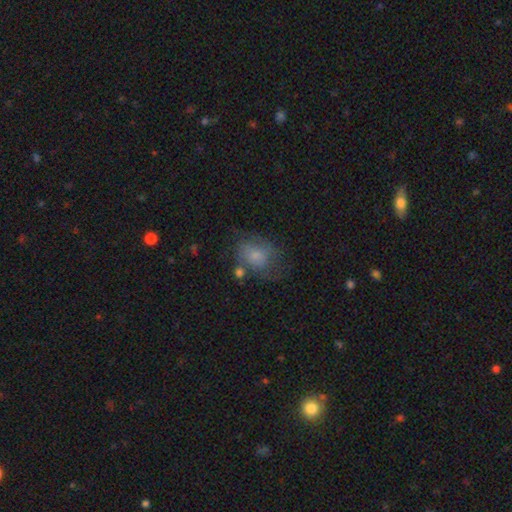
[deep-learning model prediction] This appears to be a smooth galaxy with no disk features (68%) that is in between round and cigar-shaped (56%). Merging: none (47%).